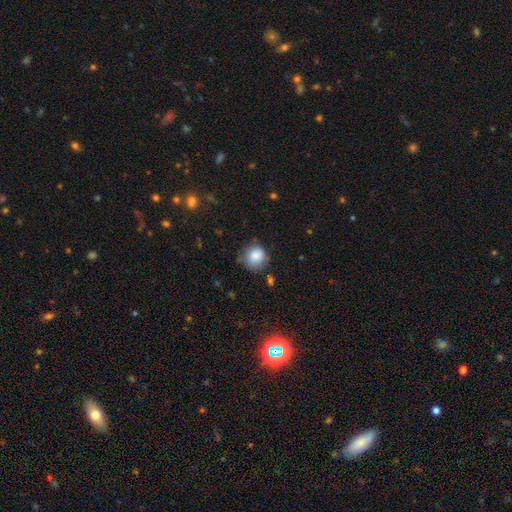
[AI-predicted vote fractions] Morphology: type=smooth (85%); roundness=round (83%); merging=none (64%).